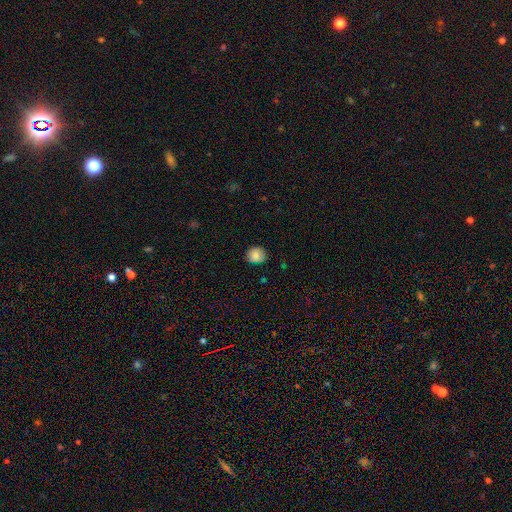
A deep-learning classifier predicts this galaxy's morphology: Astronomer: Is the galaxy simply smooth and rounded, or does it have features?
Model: smooth — 84%.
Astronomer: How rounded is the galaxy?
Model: round — 76%.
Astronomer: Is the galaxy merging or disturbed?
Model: none — 80%.